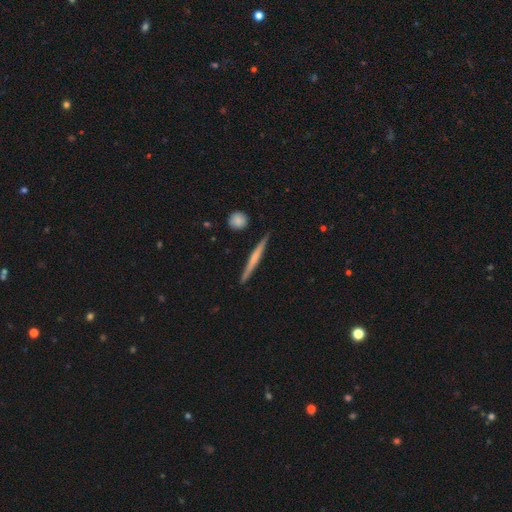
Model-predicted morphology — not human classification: Q: Smooth or featured?
A: featured or disk (56%); runner-up: smooth (38%)
Q: Edge-on disk?
A: yes (97%); runner-up: no (3%)
Q: Edge-on bulge?
A: none (54%); runner-up: rounded (37%)
Q: Merging?
A: none (89%); runner-up: minor disturbance (8%)